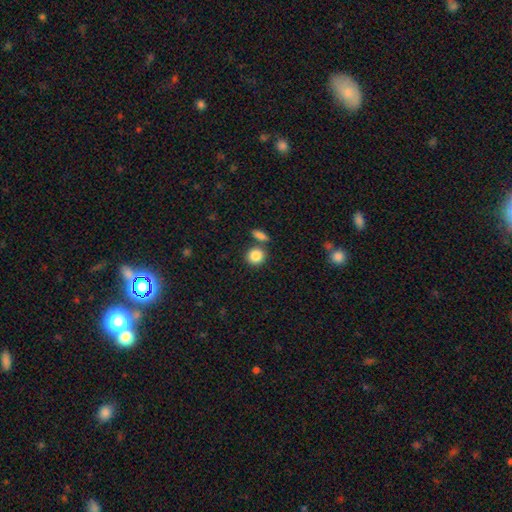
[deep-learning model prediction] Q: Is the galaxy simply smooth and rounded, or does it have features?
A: smooth — 86%.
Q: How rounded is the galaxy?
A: round — 81%.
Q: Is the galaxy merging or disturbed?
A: none — 71%.